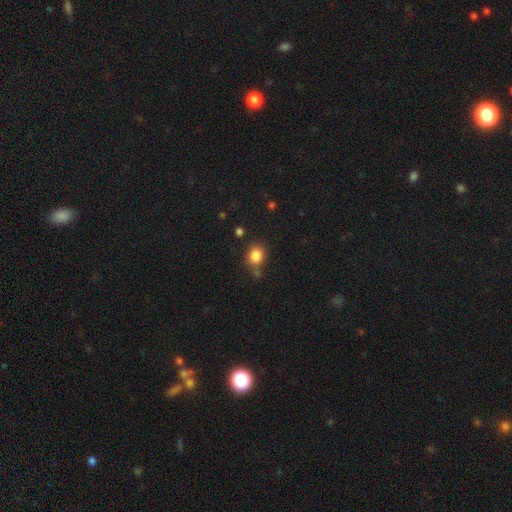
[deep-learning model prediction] The model was most divided on "how rounded": round: 67%, in between: 32%, cigar-shaped: 1%. More confident: smooth or featured — smooth (84%); merging — none (69%).